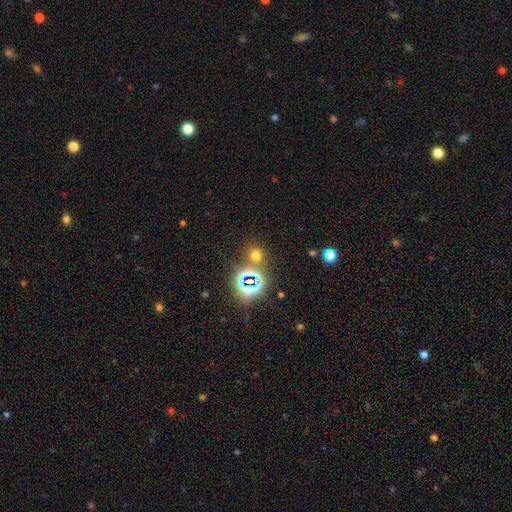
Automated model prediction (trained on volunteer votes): Morphology: type=smooth (55%); roundness=round (79%); merging=none (76%).